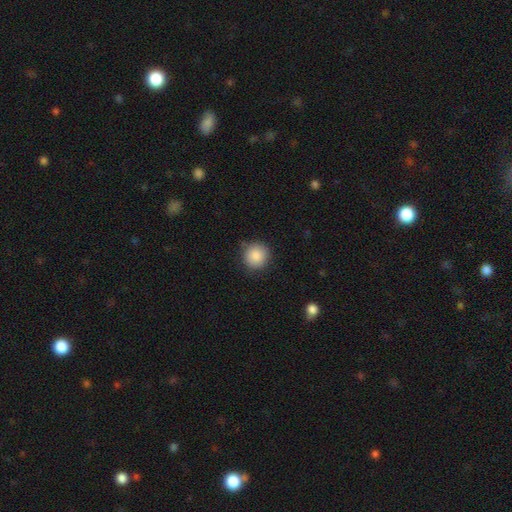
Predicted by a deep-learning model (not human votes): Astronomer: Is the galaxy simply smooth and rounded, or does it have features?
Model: smooth — 87%.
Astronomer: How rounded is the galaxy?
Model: round — 92%.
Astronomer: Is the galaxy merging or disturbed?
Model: none — 82%.